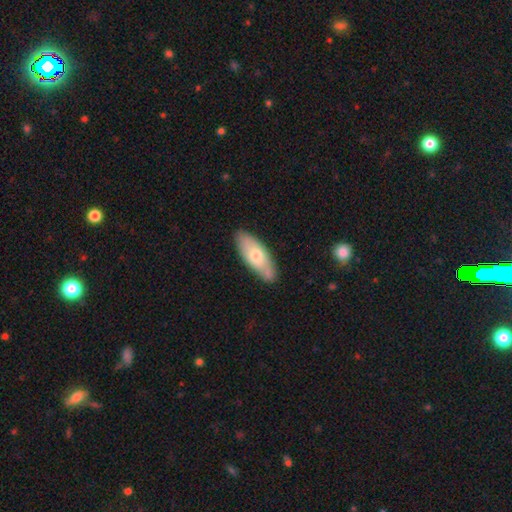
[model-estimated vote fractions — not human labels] Smooth or featured?
  - smooth: 61% *
  - featured or disk: 34%
  - star or artifact: 5%
How rounded?
  - in between: 75% *
  - cigar-shaped: 23%
  - round: 2%
Merging?
  - none: 76% *
  - minor disturbance: 18%
  - merger: 4%
  - major disturbance: 3%